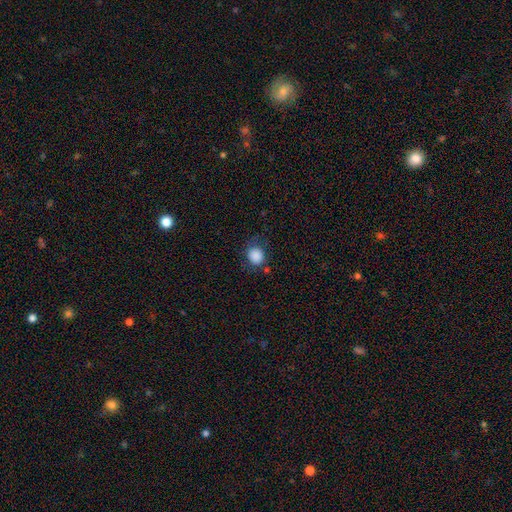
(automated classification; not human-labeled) smooth_or_featured: smooth (p=0.86) [alt: star or artifact p=0.09]
how_rounded: round (p=0.75) [alt: in between p=0.24]
merging: none (p=0.71) [alt: minor disturbance p=0.18]